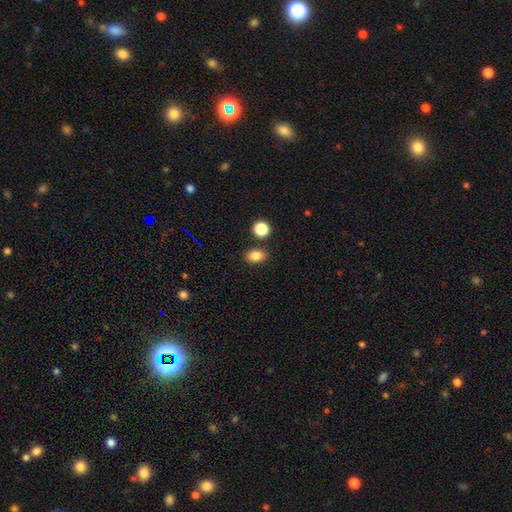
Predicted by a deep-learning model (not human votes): Morphology: type=smooth (84%); roundness=in between (74%); merging=none (83%).